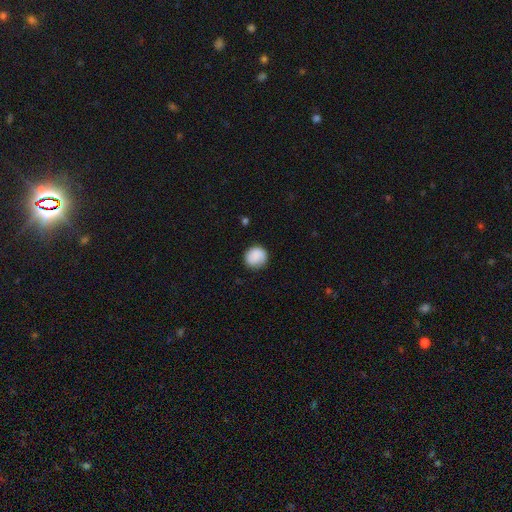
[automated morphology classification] A smooth galaxy with no disk features (86%) that is round (89%). Merging: none (82%).